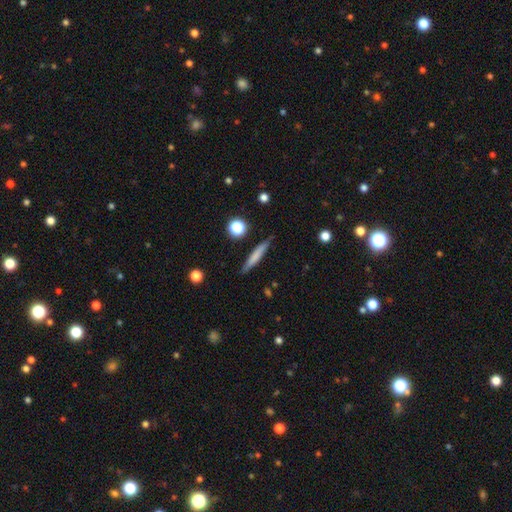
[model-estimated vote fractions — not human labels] Smooth or featured?
  - smooth: 68% *
  - featured or disk: 25%
  - star or artifact: 7%
How rounded?
  - cigar-shaped: 92% *
  - in between: 6%
  - round: 2%
Merging?
  - none: 84% *
  - minor disturbance: 11%
  - major disturbance: 2%
  - merger: 2%